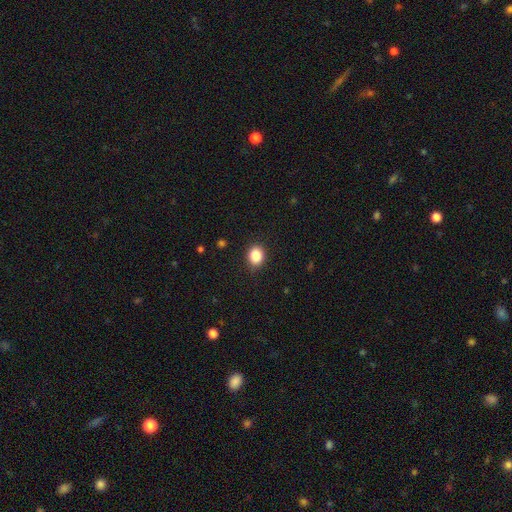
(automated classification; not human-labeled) Morphology: type=smooth (86%); roundness=round (55%); merging=none (86%).